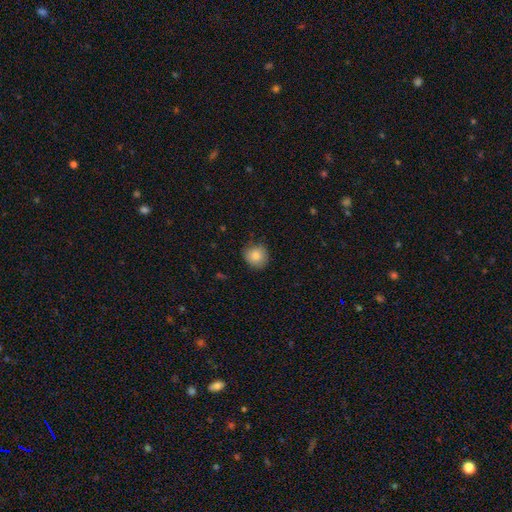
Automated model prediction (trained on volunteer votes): Smooth or featured: smooth — 82% (star or artifact — 9%)
How rounded: round — 89% (in between — 10%)
Merging: none — 82% (minor disturbance — 14%)